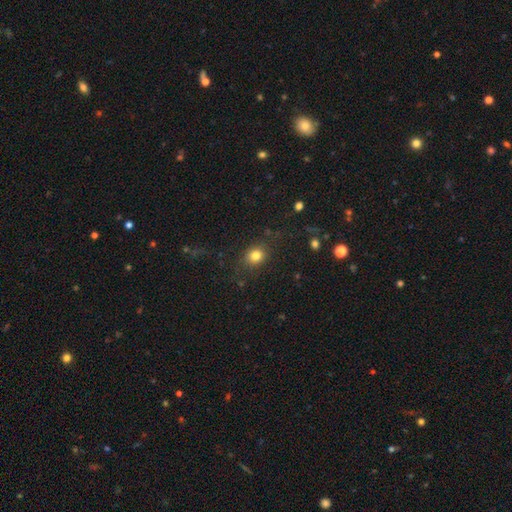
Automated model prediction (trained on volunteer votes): A smooth galaxy with no disk features (80%) that is round (62%).

Vote fractions:
- Smooth or featured? smooth: 80% / star or artifact: 13% / featured or disk: 7%
- How rounded? round: 62% / in between: 37% / cigar-shaped: 1%
- Merging? none: 81% / minor disturbance: 12% / major disturbance: 5% / merger: 2%